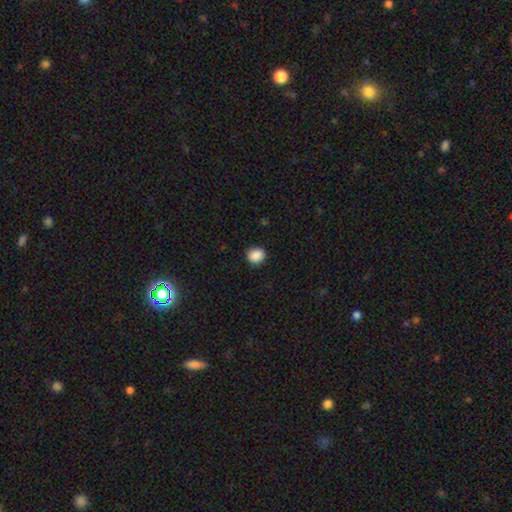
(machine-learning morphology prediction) The model was most divided on "how rounded": round: 77%, in between: 22%, cigar-shaped: 1%. More confident: merging — none (89%); smooth or featured — smooth (89%).